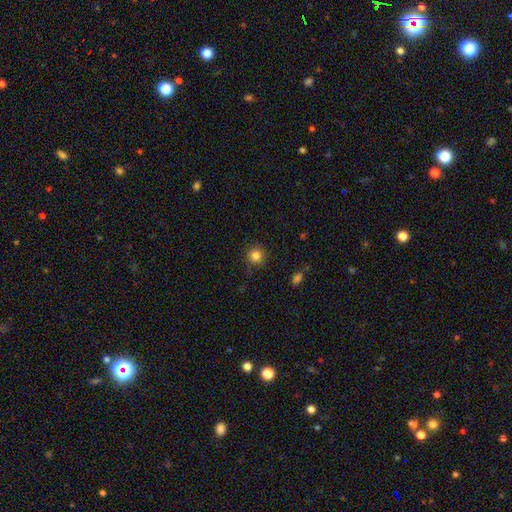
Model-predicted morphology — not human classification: smooth-or-featured: smooth: 83% | star or artifact: 12% | featured or disk: 5%
  how-rounded: round: 94% | in between: 5% | cigar-shaped: 1%
  merging: none: 89% | minor disturbance: 7% | major disturbance: 2% | merger: 1%